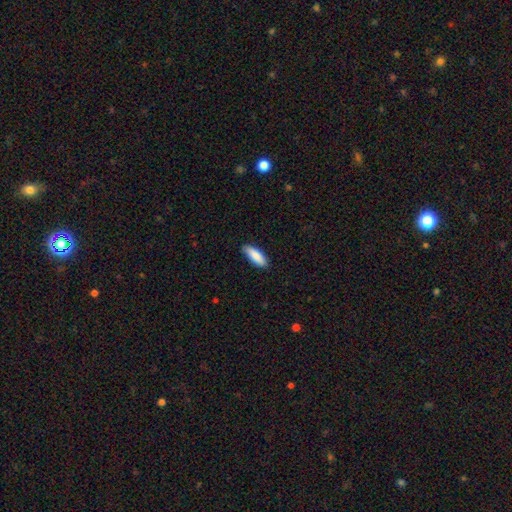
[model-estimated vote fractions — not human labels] smooth 88%, featured or disk 7%, star or artifact 6%. Down the decision tree: how rounded — in between (65%); merging — none (85%).